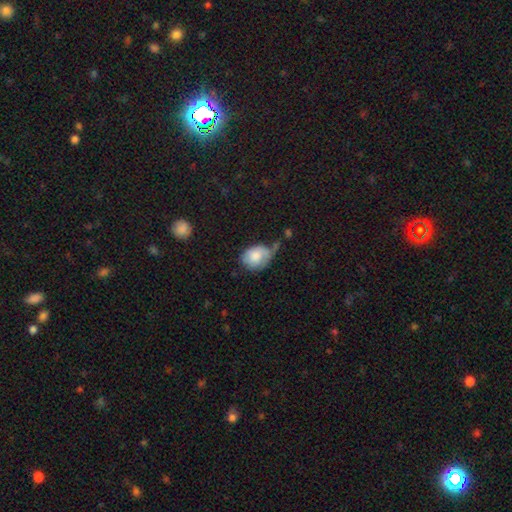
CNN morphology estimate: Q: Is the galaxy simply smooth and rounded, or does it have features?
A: smooth — 75%.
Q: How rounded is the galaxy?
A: in between — 64%.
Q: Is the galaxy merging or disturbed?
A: minor disturbance — 39%.